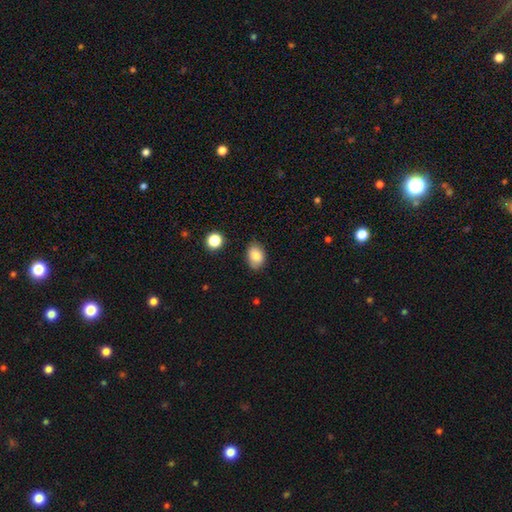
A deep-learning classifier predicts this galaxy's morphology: type=smooth (84%); roundness=in between (79%); merging=none (79%).